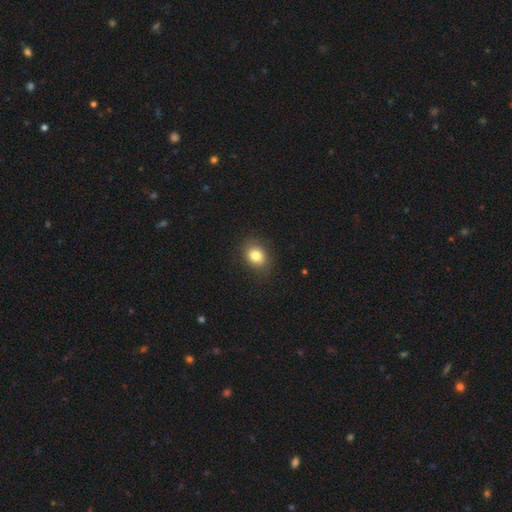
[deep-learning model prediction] Smooth or featured? Predicted: smooth (p=0.81). How rounded? Predicted: in between (p=0.51). Merging? Predicted: none (p=0.82).